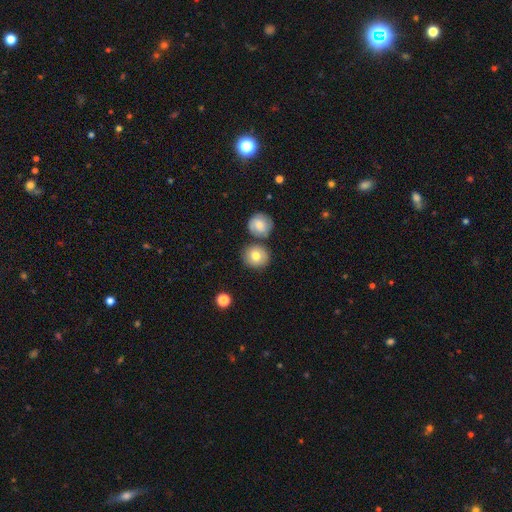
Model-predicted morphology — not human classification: Smooth or featured?
  - smooth: 77% *
  - featured or disk: 15%
  - star or artifact: 8%
How rounded?
  - round: 86% *
  - in between: 13%
  - cigar-shaped: 1%
Merging?
  - none: 73% *
  - merger: 13%
  - minor disturbance: 11%
  - major disturbance: 3%